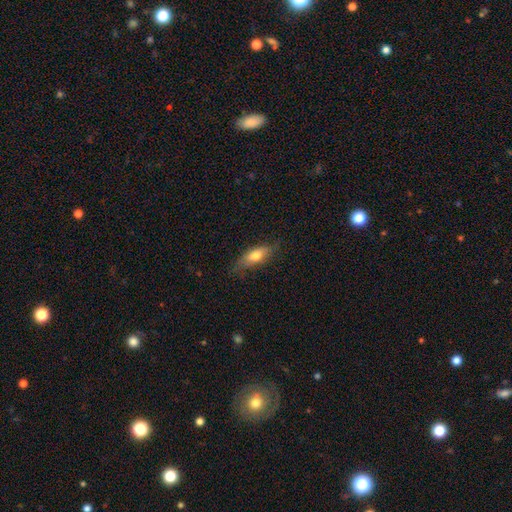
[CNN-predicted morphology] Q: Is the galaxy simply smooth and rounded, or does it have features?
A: smooth — 70%.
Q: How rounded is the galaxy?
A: in between — 68%.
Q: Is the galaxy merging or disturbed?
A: none — 68%.